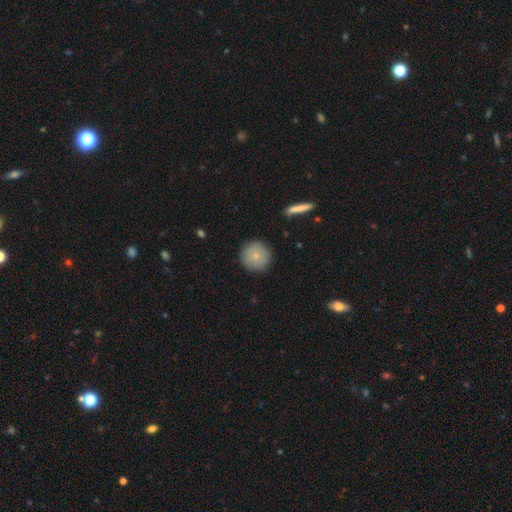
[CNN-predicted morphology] Smooth or featured? Predicted: smooth (p=0.80). How rounded? Predicted: round (p=0.95). Merging? Predicted: none (p=0.90).